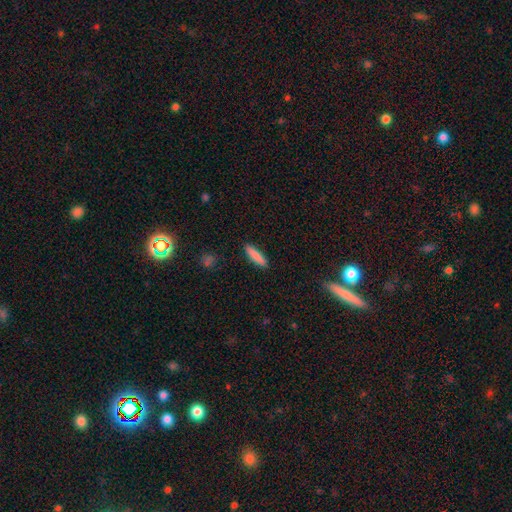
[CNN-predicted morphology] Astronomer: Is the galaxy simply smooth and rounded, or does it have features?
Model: smooth — 86%.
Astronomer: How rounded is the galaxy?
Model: cigar-shaped — 80%.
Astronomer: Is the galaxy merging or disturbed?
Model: none — 90%.